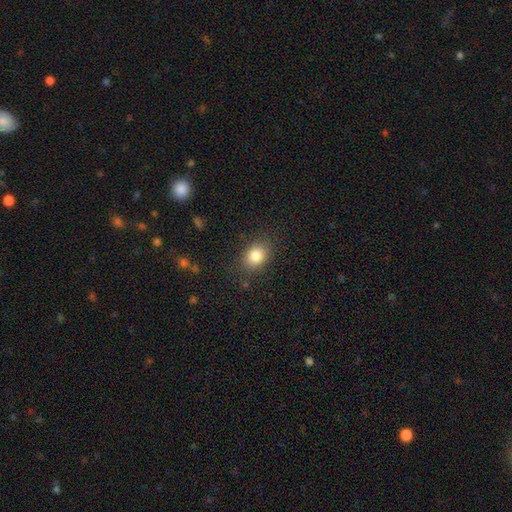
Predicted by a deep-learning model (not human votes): Smooth or featured?
  - smooth: 84% *
  - star or artifact: 9%
  - featured or disk: 7%
How rounded?
  - in between: 61% *
  - round: 38%
  - cigar-shaped: 1%
Merging?
  - none: 83% *
  - minor disturbance: 12%
  - major disturbance: 4%
  - merger: 1%